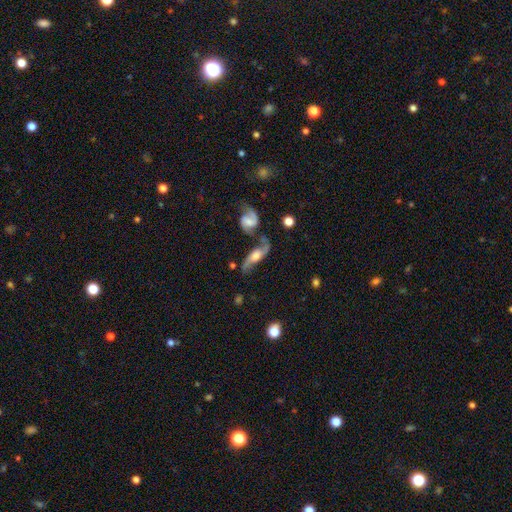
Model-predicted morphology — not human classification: The model was most divided on "bar": no: 54%, weak: 34%, strong: 13%. More confident: spiral arms — yes (92%); spiral arm count — 2 (90%); edge-on disk — no (80%); smooth or featured — featured or disk (77%); spiral winding — loose (67%); merging — none (53%); bulge size — moderate (50%).